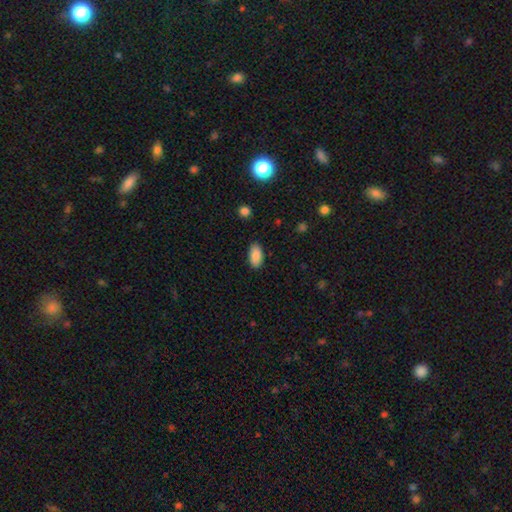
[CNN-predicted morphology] The model was most divided on "merging": none: 86%, minor disturbance: 10%, major disturbance: 2%, merger: 1%. More confident: how rounded — in between (94%); smooth or featured — smooth (88%).